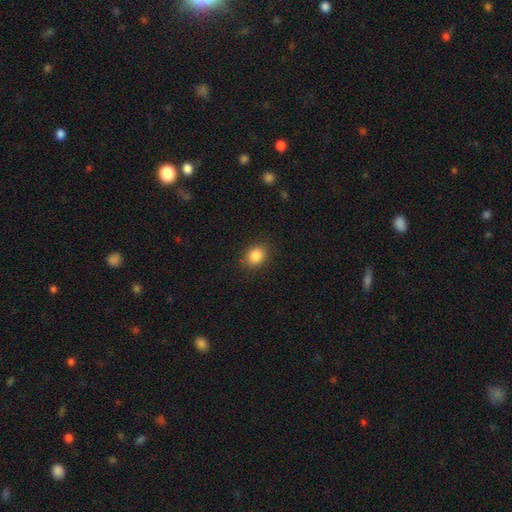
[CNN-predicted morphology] Smooth or featured?
  - smooth: 86% *
  - star or artifact: 9%
  - featured or disk: 4%
How rounded?
  - round: 50% *
  - in between: 49%
  - cigar-shaped: 1%
Merging?
  - none: 87% *
  - minor disturbance: 9%
  - major disturbance: 3%
  - merger: 1%